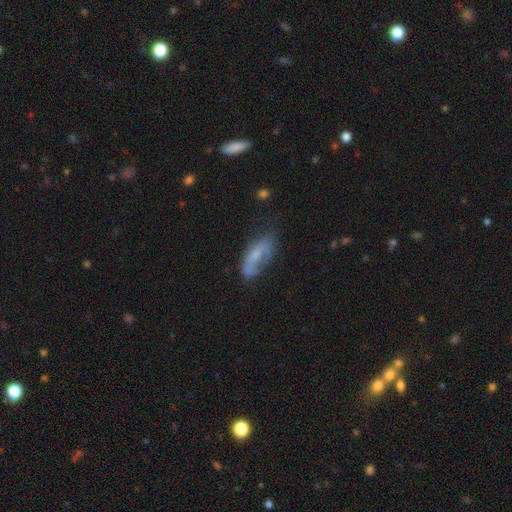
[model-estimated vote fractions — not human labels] A smooth galaxy with no disk features (47%).

Vote fractions:
- Smooth or featured? smooth: 47% / featured or disk: 45% / star or artifact: 9%
- Merging? none: 43% / minor disturbance: 30% / major disturbance: 23% / merger: 4%